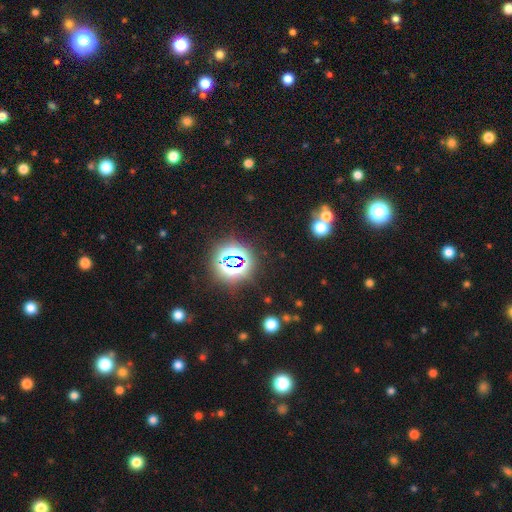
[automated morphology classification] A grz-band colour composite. It shows a star or artifact, not a galaxy (74%).